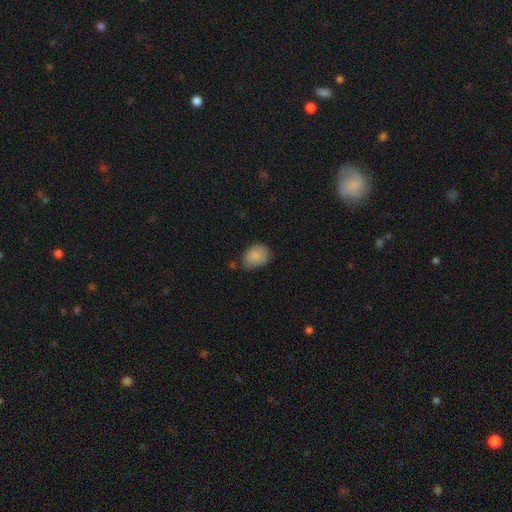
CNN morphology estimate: Smooth or featured? smooth (85%)
How rounded? in between (67%)
Merging? none (58%)